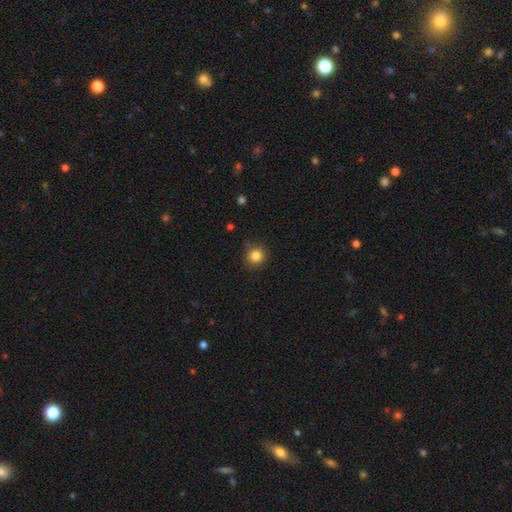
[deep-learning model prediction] Q: Smooth or featured?
A: smooth (84%); runner-up: star or artifact (11%)
Q: How rounded?
A: round (92%); runner-up: in between (7%)
Q: Merging?
A: none (86%); runner-up: minor disturbance (10%)